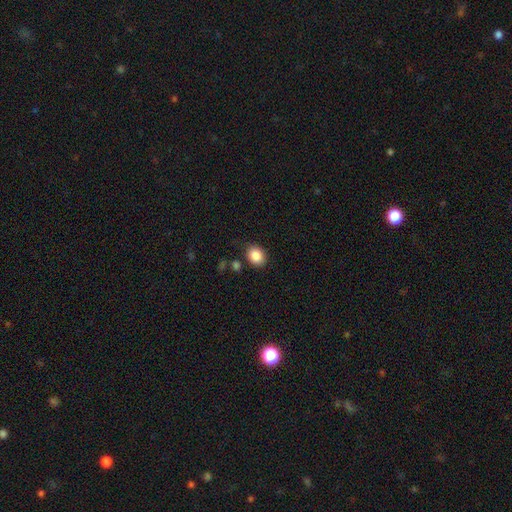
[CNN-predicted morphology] This is clearly a smooth galaxy (87%). How rounded: possibly in between (53%). Merging: clearly none (82%).